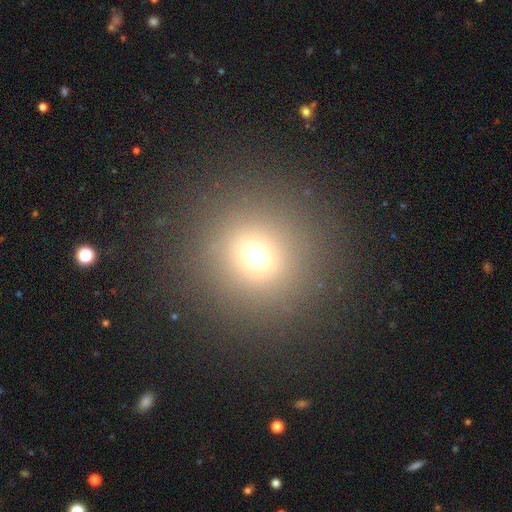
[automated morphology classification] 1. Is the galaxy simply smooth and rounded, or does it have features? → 66% smooth, 25% star or artifact, 9% featured or disk.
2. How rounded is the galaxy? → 92% round, 7% in between, 1% cigar-shaped.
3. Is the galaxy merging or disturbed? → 87% none, 6% minor disturbance, 5% major disturbance, 2% merger.